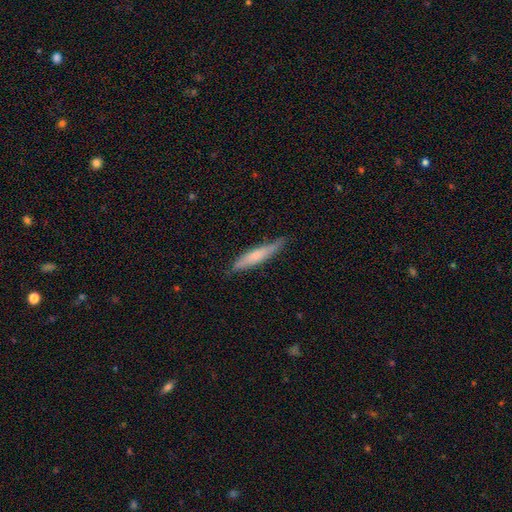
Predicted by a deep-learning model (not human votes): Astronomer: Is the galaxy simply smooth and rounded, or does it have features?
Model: smooth — 62%.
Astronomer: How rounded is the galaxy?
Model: cigar-shaped — 92%.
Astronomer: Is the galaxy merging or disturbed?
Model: none — 79%.